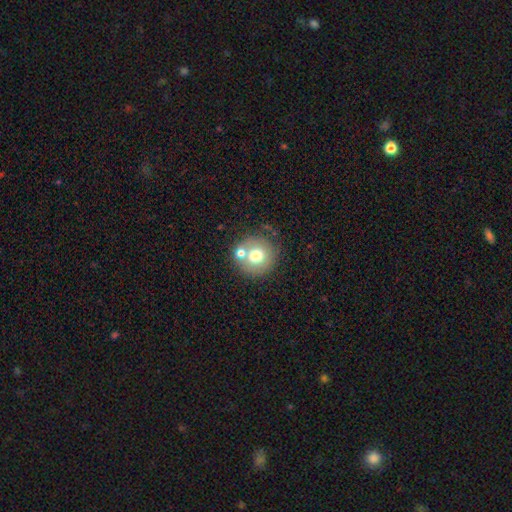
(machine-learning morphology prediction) Smooth or featured? Predicted: smooth (p=0.68). How rounded? Predicted: round (p=0.89). Merging? Predicted: none (p=0.66).